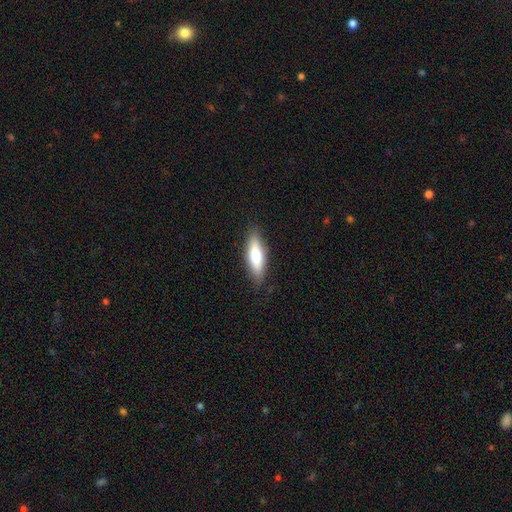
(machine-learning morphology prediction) smooth 69%, featured or disk 25%, star or artifact 6%. Down the decision tree: how rounded — cigar-shaped (54%); merging — none (85%).